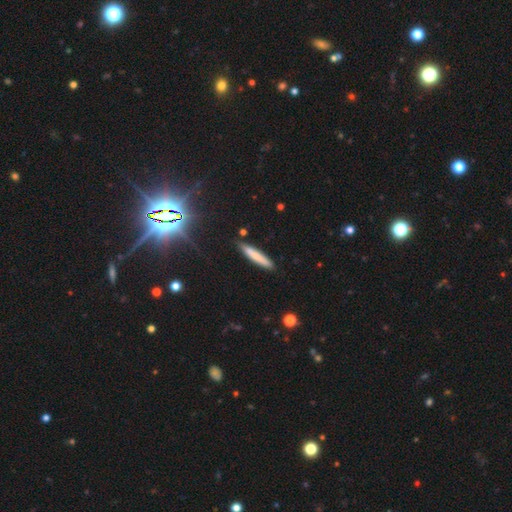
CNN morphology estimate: The model was most divided on "smooth or featured": smooth: 74%, featured or disk: 19%, star or artifact: 7%. More confident: how rounded — cigar-shaped (92%); merging — none (87%).